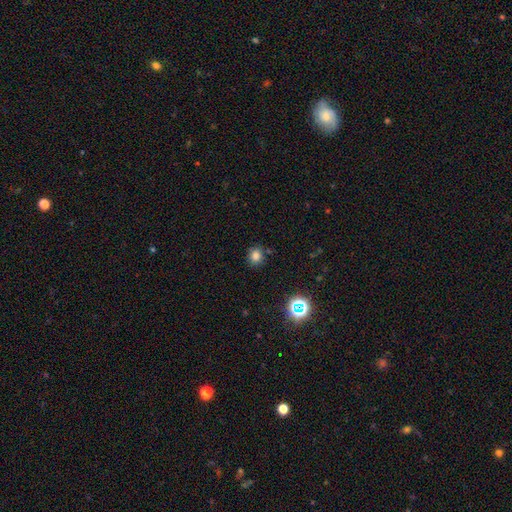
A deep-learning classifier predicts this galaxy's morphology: Q: Smooth or featured?
A: smooth (78%); runner-up: star or artifact (17%)
Q: How rounded?
A: round (80%); runner-up: in between (19%)
Q: Merging?
A: none (84%); runner-up: minor disturbance (10%)